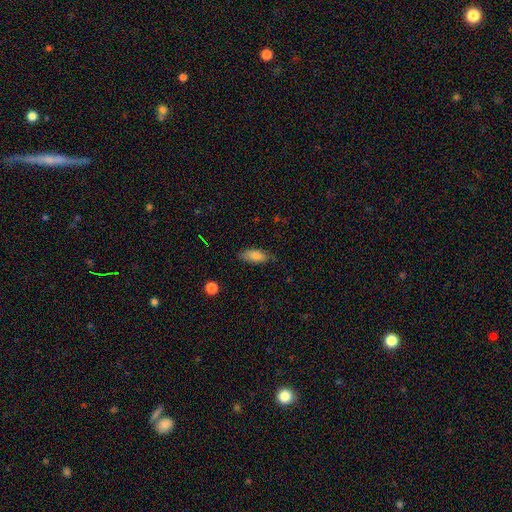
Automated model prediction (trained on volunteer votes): Smooth or featured? Predicted: smooth (p=0.80). How rounded? Predicted: in between (p=0.80). Merging? Predicted: none (p=0.74).